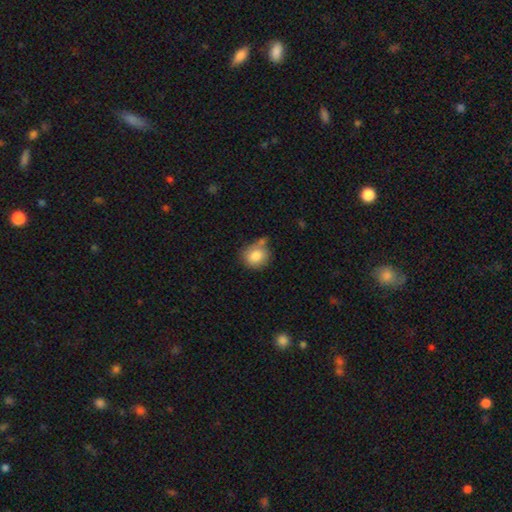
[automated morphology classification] This appears to be a smooth galaxy with no disk features (83%) that is round (79%). Merging: none (58%).